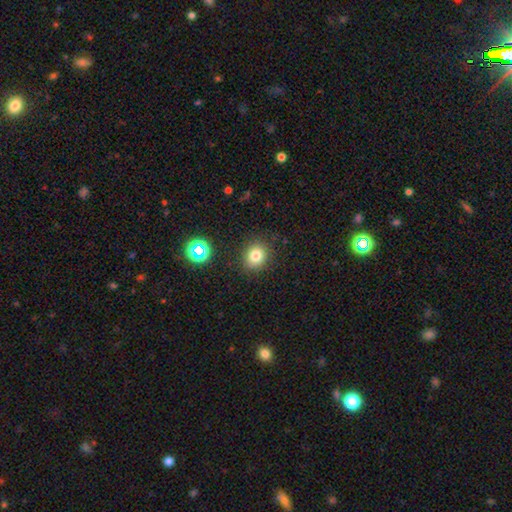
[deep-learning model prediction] Smooth or featured?
  - smooth: 78% *
  - star or artifact: 14%
  - featured or disk: 8%
How rounded?
  - round: 73% *
  - in between: 26%
  - cigar-shaped: 1%
Merging?
  - none: 87% *
  - minor disturbance: 8%
  - major disturbance: 3%
  - merger: 2%